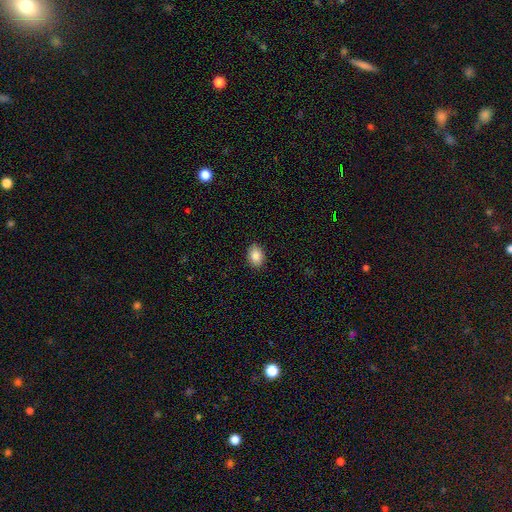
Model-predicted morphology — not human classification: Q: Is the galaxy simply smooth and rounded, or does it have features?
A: smooth — 87%.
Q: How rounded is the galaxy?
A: in between — 75%.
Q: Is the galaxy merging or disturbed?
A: none — 89%.